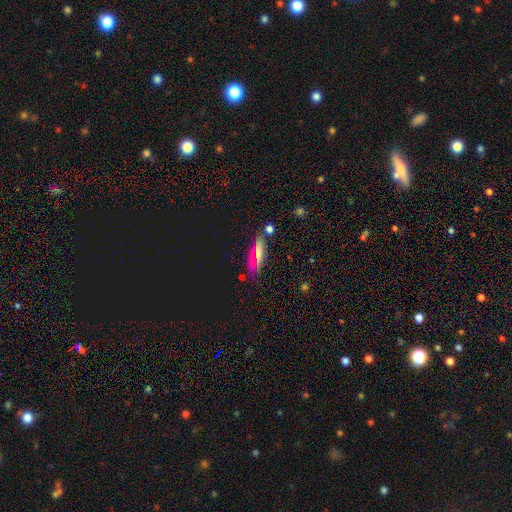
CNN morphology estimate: type=smooth (42%); merging=none (74%).